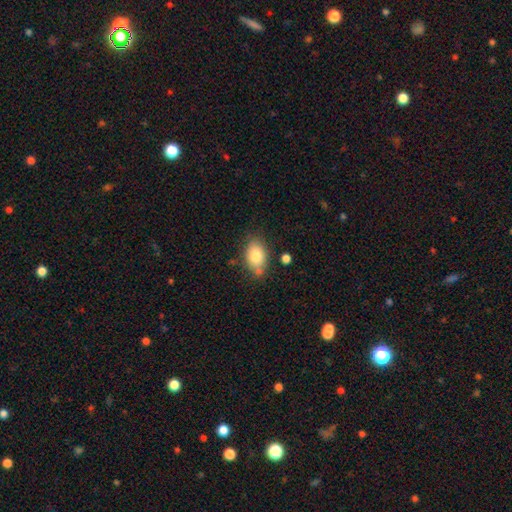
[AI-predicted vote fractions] Q: Smooth or featured?
A: smooth (81%); runner-up: featured or disk (11%)
Q: How rounded?
A: in between (86%); runner-up: round (12%)
Q: Merging?
A: none (70%); runner-up: minor disturbance (19%)